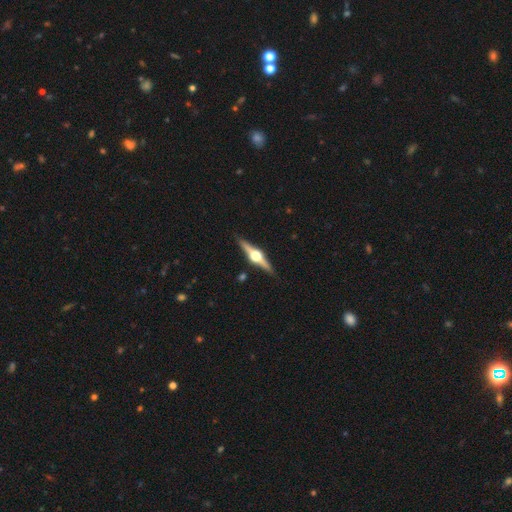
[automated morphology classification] featured or disk 83%, smooth 12%, star or artifact 5%. Down the decision tree: edge-on disk — yes (98%); edge-on bulge — rounded (96%); merging — none (90%).